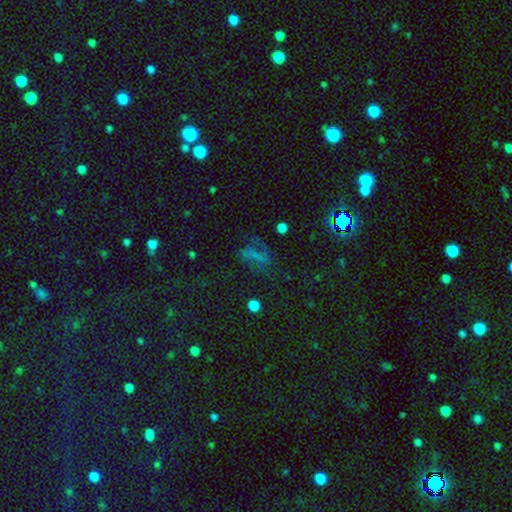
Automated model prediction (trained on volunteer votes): star or artifact 39% (tied), smooth 39% (tied), featured or disk 22%.